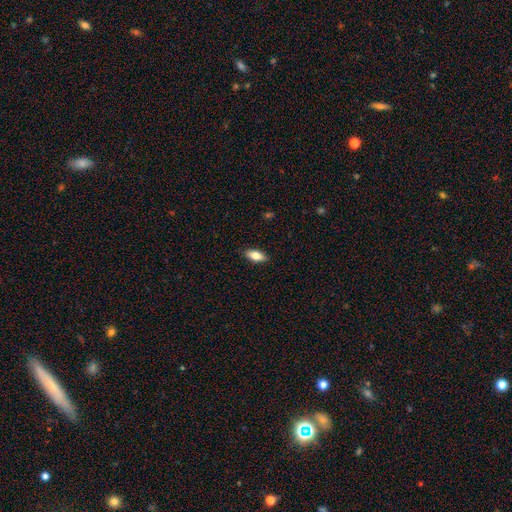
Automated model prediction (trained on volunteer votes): smooth_or_featured: smooth (p=0.74) [alt: featured or disk p=0.19]
how_rounded: in between (p=0.80) [alt: cigar-shaped p=0.17]
merging: none (p=0.89) [alt: minor disturbance p=0.09]